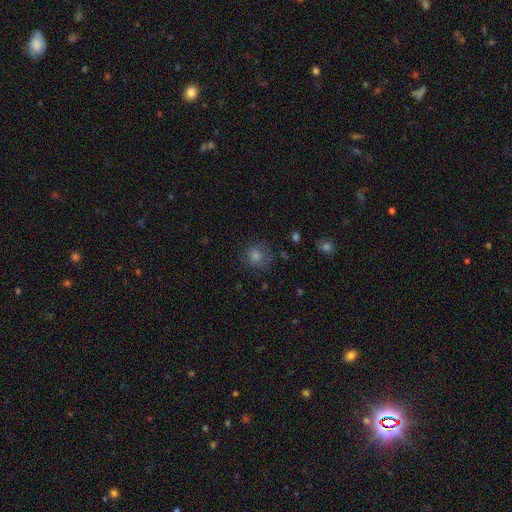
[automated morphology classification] A smooth galaxy with no disk features (64%) that is round (86%). Merging: none (72%).